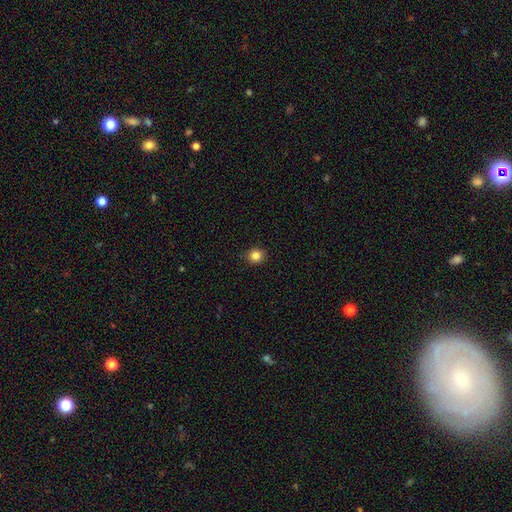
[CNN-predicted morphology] smooth 84%, star or artifact 12%, featured or disk 5%. Down the decision tree: how rounded — round (86%); merging — none (90%).